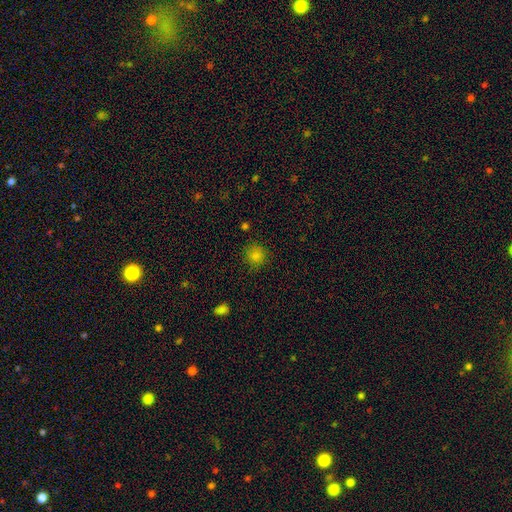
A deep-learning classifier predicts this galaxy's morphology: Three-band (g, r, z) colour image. It shows a smooth galaxy with no disk features (82%) that is round (91%). Merging: none (86%).